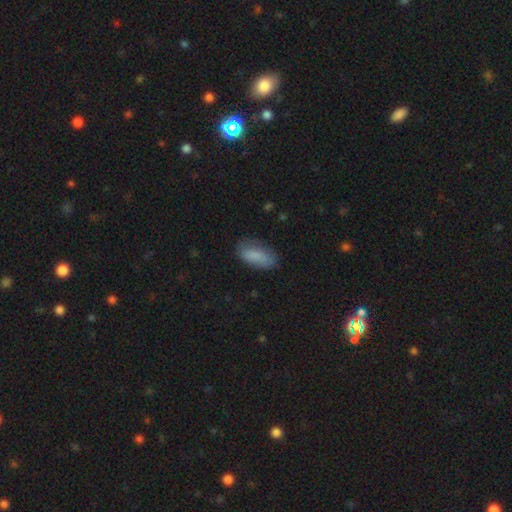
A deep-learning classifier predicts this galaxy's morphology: Smooth or featured? Predicted: smooth (p=0.83). How rounded? Predicted: in between (p=0.87). Merging? Predicted: none (p=0.67).